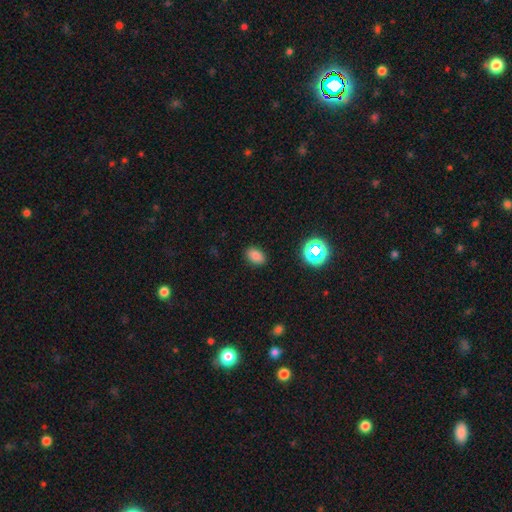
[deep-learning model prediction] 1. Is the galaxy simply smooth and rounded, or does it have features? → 78% smooth, 15% star or artifact, 7% featured or disk.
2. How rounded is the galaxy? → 79% in between, 20% round, 1% cigar-shaped.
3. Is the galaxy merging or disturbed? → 86% none, 10% minor disturbance, 2% major disturbance, 1% merger.